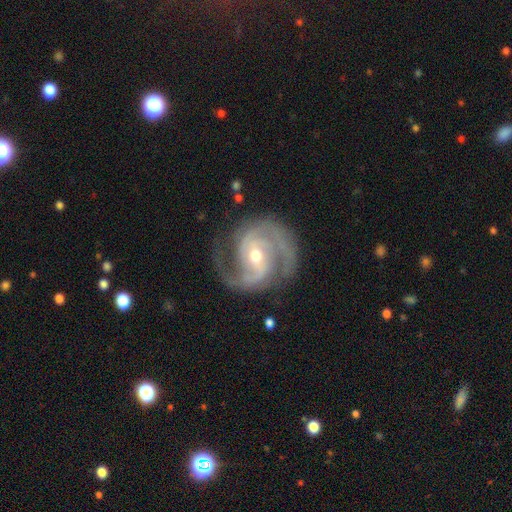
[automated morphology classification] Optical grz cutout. It shows a featured or disk galaxy (92%) with a weak bar (39%), 2 (82%) medium (53%) spiral arms (98%) and a moderate central bulge (50%). Merging: none (77%).